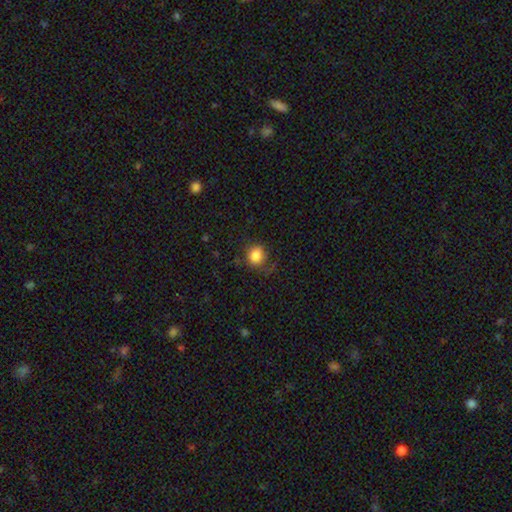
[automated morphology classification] The model was most divided on "merging": none: 63%, minor disturbance: 23%, major disturbance: 13%, merger: 2%. More confident: smooth or featured — smooth (83%); how rounded — round (73%).